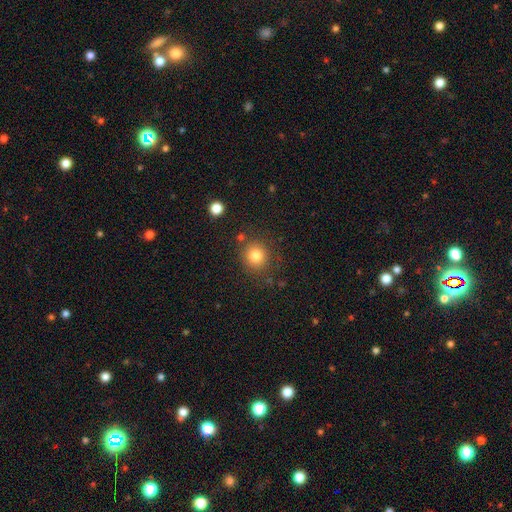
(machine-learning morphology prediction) Overall: smooth (81%). How rounded: round (89%). Merging: none (83%).